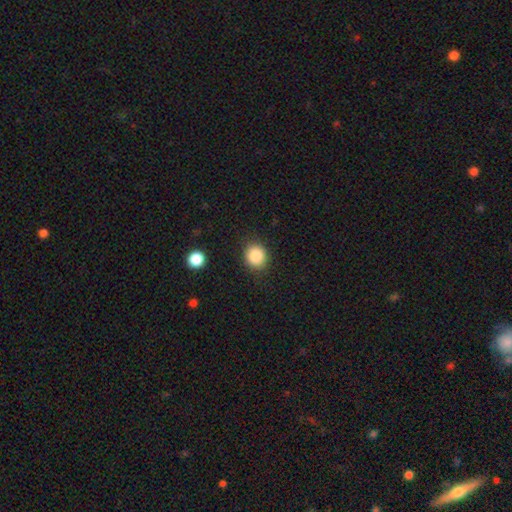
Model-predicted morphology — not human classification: Smooth or featured? Predicted: smooth (p=0.87). How rounded? Predicted: round (p=0.81). Merging? Predicted: none (p=0.87).